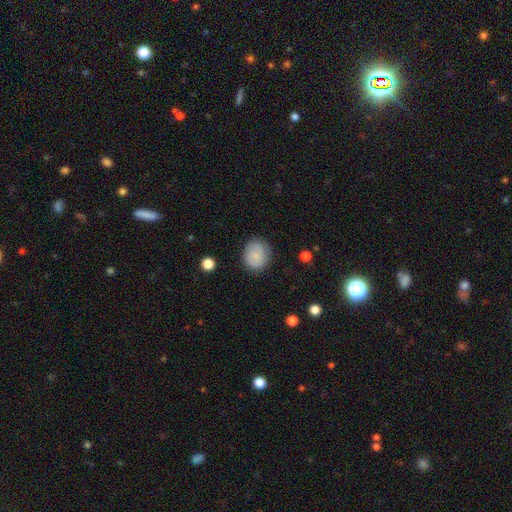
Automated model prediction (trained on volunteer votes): Morphology: type=smooth (81%); roundness=round (73%); merging=none (81%).